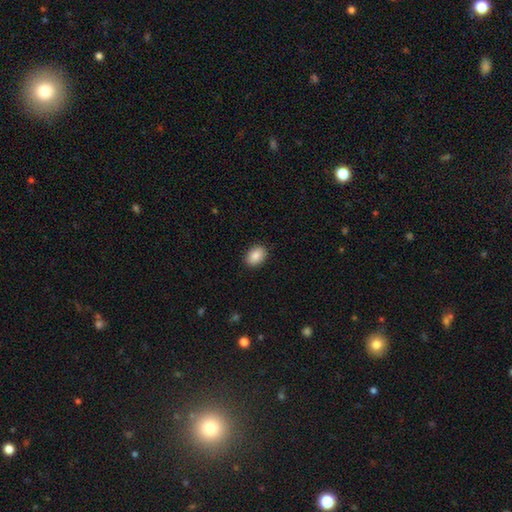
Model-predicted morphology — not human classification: A smooth galaxy with no disk features (88%) that is in between round and cigar-shaped (83%).

Vote fractions:
- Smooth or featured? smooth: 88% / star or artifact: 7% / featured or disk: 4%
- How rounded? in between: 83% / round: 16% / cigar-shaped: 1%
- Merging? none: 90% / minor disturbance: 7% / major disturbance: 2% / merger: 1%